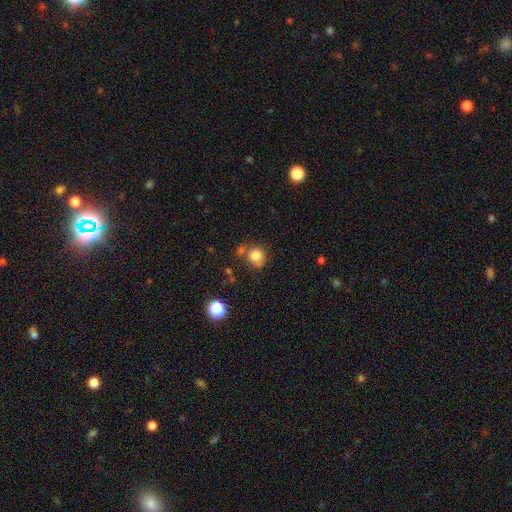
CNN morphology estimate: A smooth galaxy with no disk features (82%) that is round (84%).

Vote fractions:
- Smooth or featured? smooth: 82% / star or artifact: 11% / featured or disk: 7%
- How rounded? round: 84% / in between: 15% / cigar-shaped: 1%
- Merging? none: 58% / minor disturbance: 19% / merger: 15% / major disturbance: 8%